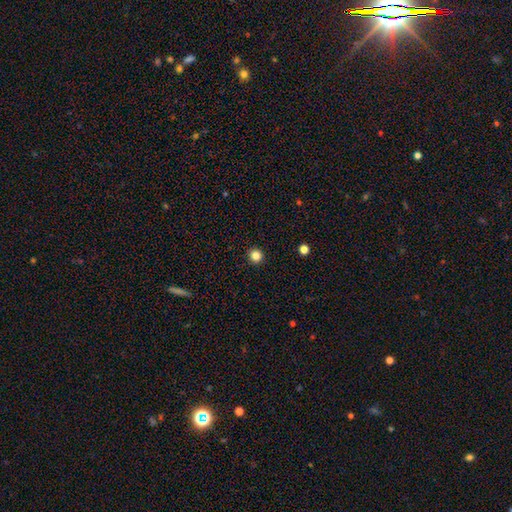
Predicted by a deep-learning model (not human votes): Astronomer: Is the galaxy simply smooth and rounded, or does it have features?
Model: smooth — 84%.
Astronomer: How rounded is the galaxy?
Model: round — 95%.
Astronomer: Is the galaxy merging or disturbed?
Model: none — 93%.